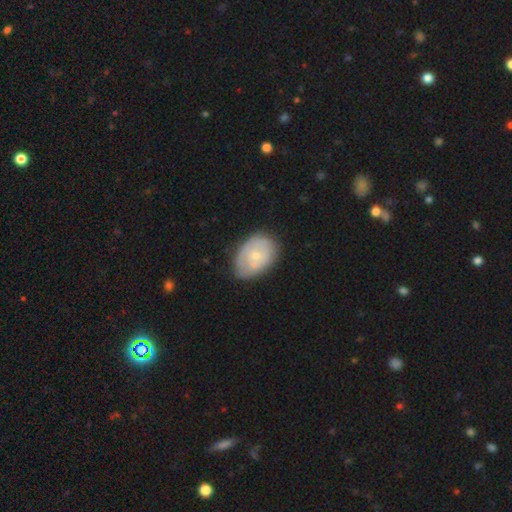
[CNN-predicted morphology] Smooth or featured? Predicted: smooth (p=0.52). How rounded? Predicted: in between (p=0.78). Merging? Predicted: none (p=0.59).